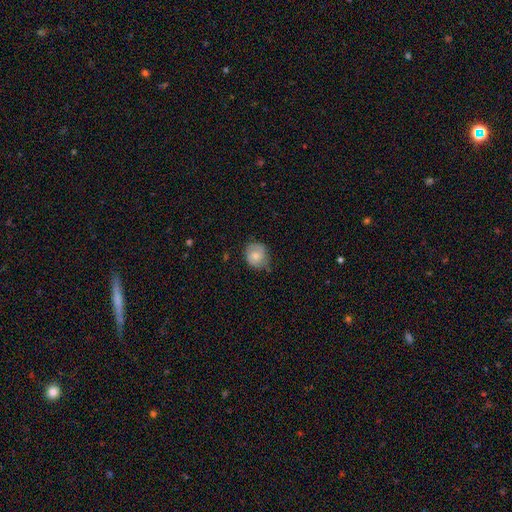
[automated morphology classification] type=smooth (68%); roundness=round (76%); merging=none (65%).